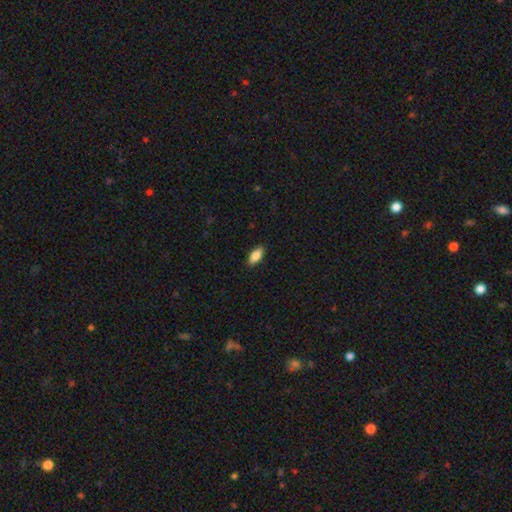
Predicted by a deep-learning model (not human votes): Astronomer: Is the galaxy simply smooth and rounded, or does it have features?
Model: smooth — 84%.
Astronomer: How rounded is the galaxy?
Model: in between — 87%.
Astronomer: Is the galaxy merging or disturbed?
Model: none — 89%.